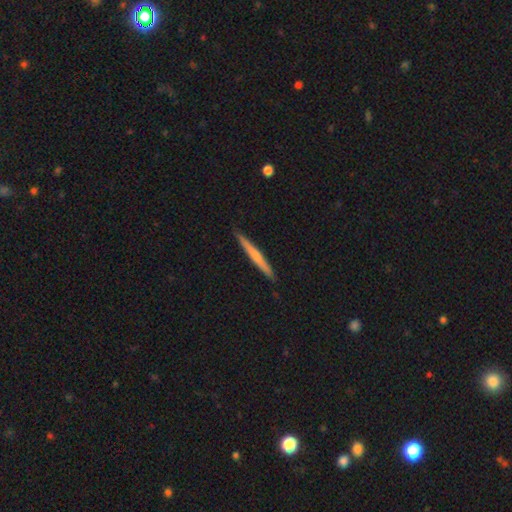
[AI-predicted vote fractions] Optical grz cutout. It shows a featured or disk galaxy (49%). Merging: none (91%).